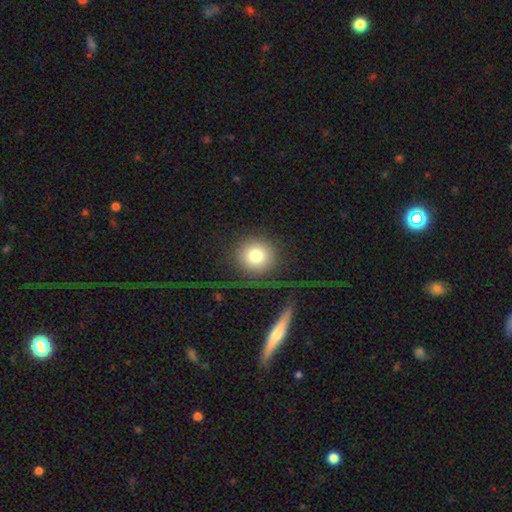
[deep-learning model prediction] Q: Smooth or featured?
A: smooth (75%); runner-up: featured or disk (15%)
Q: How rounded?
A: round (92%); runner-up: in between (7%)
Q: Merging?
A: none (68%); runner-up: major disturbance (17%)